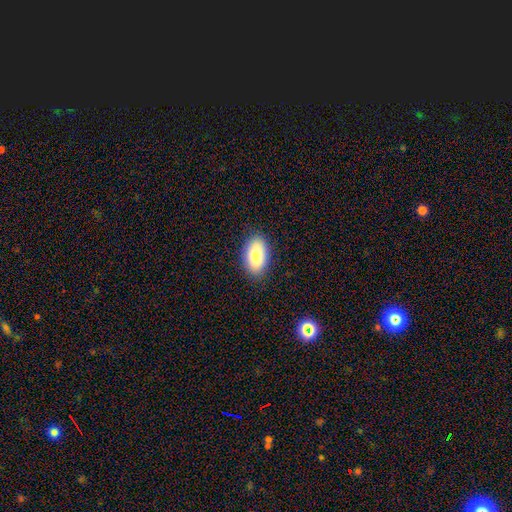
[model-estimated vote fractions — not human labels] The model was most divided on "smooth or featured": smooth: 84%, featured or disk: 9%, star or artifact: 7%. More confident: how rounded — in between (94%); merging — none (87%).